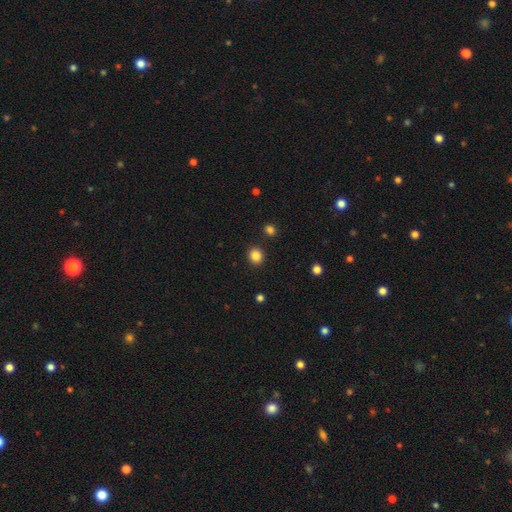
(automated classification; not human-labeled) Smooth or featured?
  - smooth: 85% *
  - star or artifact: 11%
  - featured or disk: 4%
How rounded?
  - round: 86% *
  - in between: 13%
  - cigar-shaped: 1%
Merging?
  - none: 90% *
  - minor disturbance: 6%
  - merger: 2%
  - major disturbance: 2%